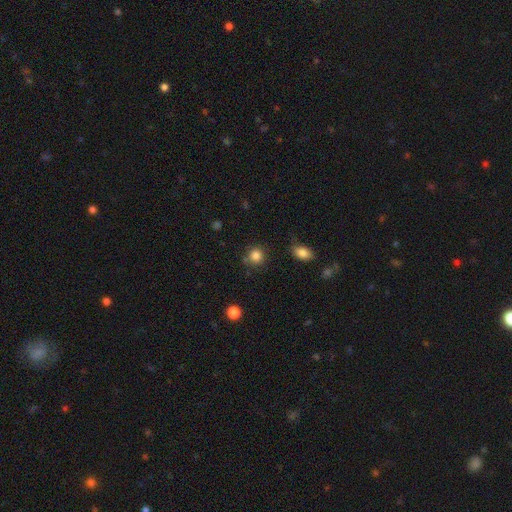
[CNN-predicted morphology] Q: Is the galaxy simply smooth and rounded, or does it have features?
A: smooth — 84%.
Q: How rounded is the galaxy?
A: round — 87%.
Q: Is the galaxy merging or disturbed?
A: none — 78%.